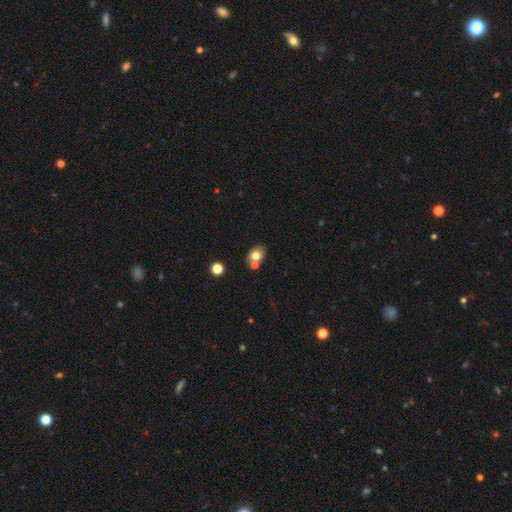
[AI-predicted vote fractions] Morphology: type=smooth (76%); roundness=in between (53%); merging=none (56%).